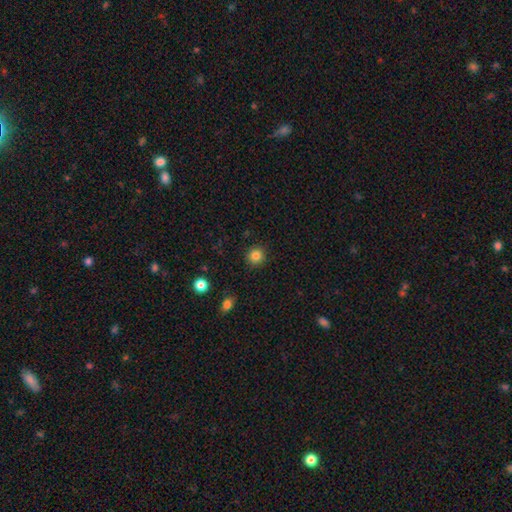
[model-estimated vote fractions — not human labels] This appears to be a smooth galaxy with no disk features (83%) that is round (92%). Merging: none (91%).